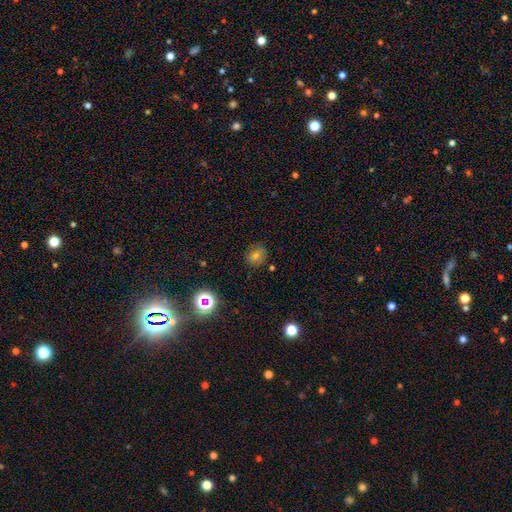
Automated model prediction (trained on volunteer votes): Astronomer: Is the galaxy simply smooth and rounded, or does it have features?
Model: smooth — 62%.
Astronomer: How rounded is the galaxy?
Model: round — 70%.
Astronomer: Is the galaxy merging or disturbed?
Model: none — 82%.